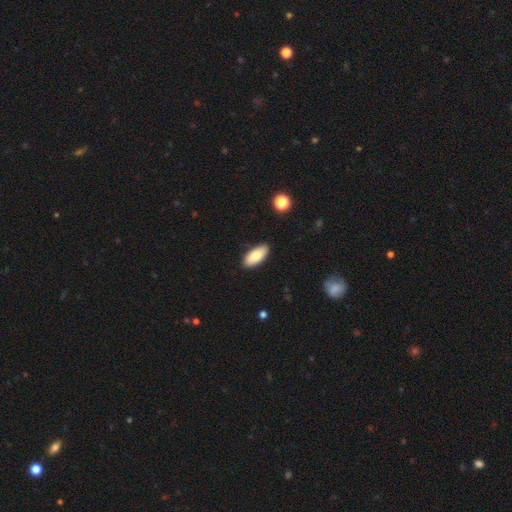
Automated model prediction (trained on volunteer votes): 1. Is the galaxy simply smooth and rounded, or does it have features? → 80% smooth, 13% featured or disk, 6% star or artifact.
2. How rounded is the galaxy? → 89% in between, 9% cigar-shaped, 2% round.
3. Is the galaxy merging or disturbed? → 88% none, 9% minor disturbance, 2% major disturbance, 1% merger.